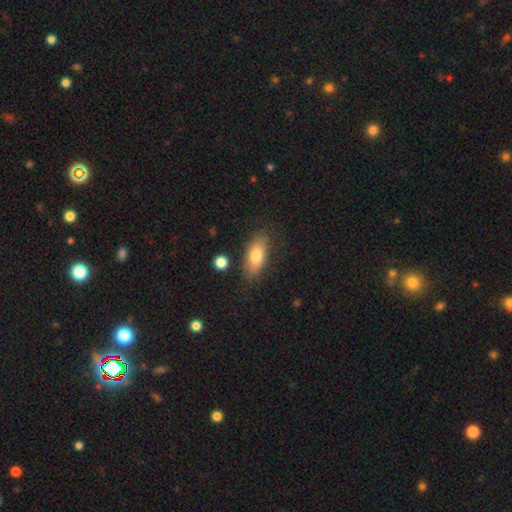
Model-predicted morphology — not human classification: This appears to be a smooth galaxy with no disk features (76%) that is in between round and cigar-shaped (83%). Merging: none (80%).